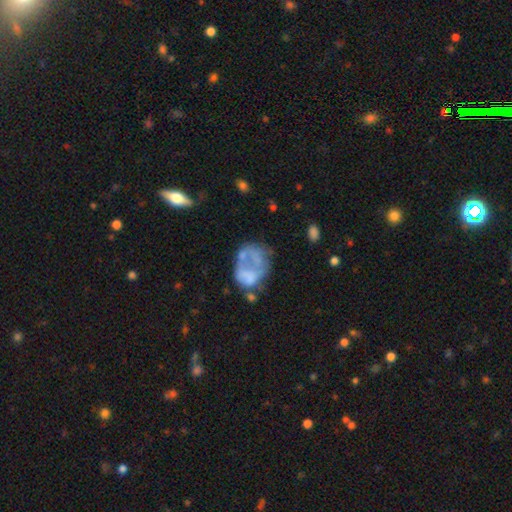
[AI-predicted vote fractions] Smooth or featured: featured or disk — 48% (smooth — 41%)
Merging: major disturbance — 34% (none — 27%)